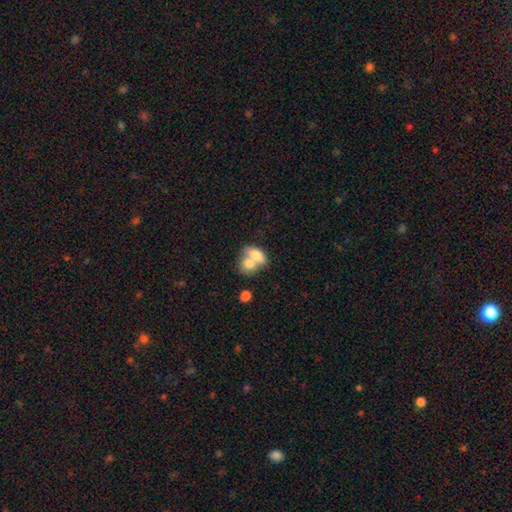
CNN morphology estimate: The model was most divided on "smooth or featured": smooth: 73%, featured or disk: 20%, star or artifact: 7%. More confident: how rounded — in between (76%); merging — merger (72%).